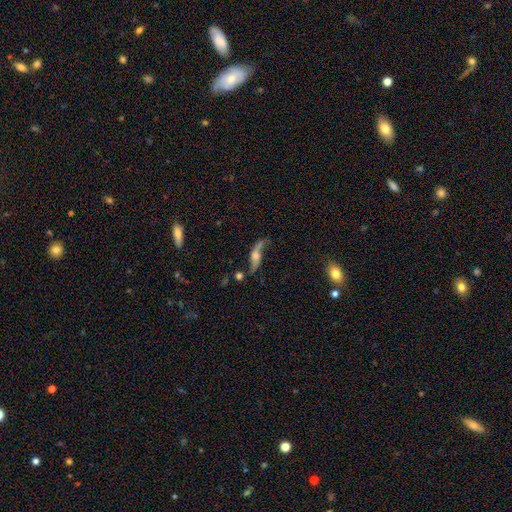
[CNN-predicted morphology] smooth-or-featured: featured or disk: 76% | smooth: 17% | star or artifact: 8%
  disk-edge-on: no: 66% | yes: 34%
  merging: none: 56% | minor disturbance: 22% | major disturbance: 16% | merger: 7%